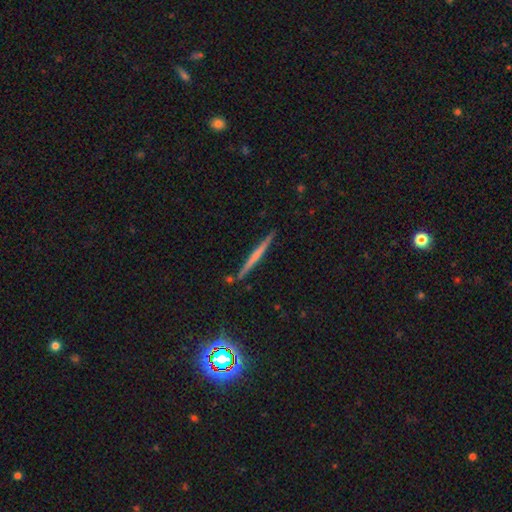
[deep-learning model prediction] smooth-or-featured: featured or disk: 53% | smooth: 38% | star or artifact: 10%
  disk-edge-on: yes: 97% | no: 3%
    edge-on-bulge: none: 69% | rounded: 22% | boxy: 9%
  merging: none: 89% | minor disturbance: 7% | merger: 2% | major disturbance: 2%